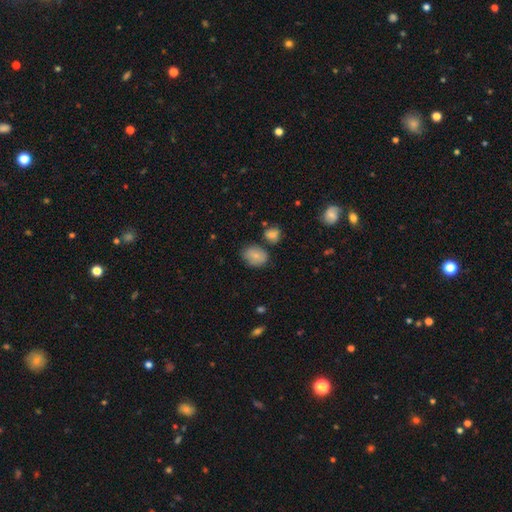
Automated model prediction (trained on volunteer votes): smooth_or_featured: smooth (p=0.79) [alt: featured or disk p=0.12]
how_rounded: in between (p=0.67) [alt: round p=0.32]
merging: none (p=0.64) [alt: minor disturbance p=0.20]